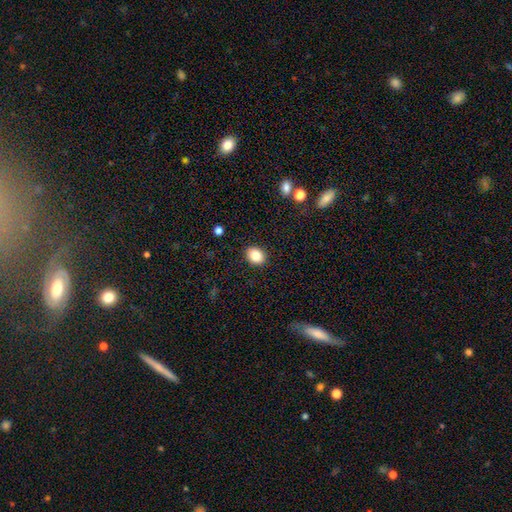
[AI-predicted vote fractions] Smooth or featured: smooth — 84% (star or artifact — 9%)
How rounded: in between — 52% (round — 47%)
Merging: none — 90% (minor disturbance — 7%)